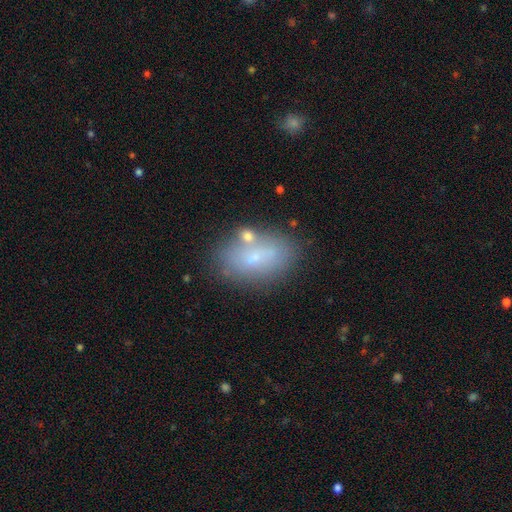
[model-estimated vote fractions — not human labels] smooth 60%, featured or disk 28%, star or artifact 11%. Down the decision tree: how rounded — in between (87%); merging — none (66%).